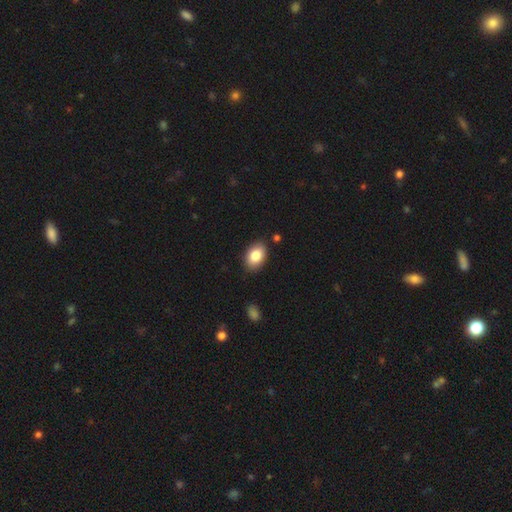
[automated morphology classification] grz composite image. It shows a smooth galaxy with no disk features (85%) that is in between round and cigar-shaped (86%). Merging: none (87%).